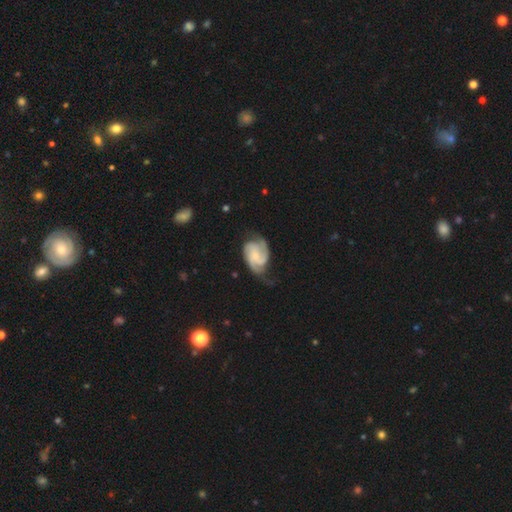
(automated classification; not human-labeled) Smooth or featured: featured or disk — 84% (smooth — 11%)
Edge-on disk: no — 98% (yes — 2%)
Bar: no — 57% (weak — 35%)
Spiral arms: yes — 97% (no — 3%)
Spiral winding: medium — 45% (tight — 41%)
Spiral arm count: 2 — 56% (3 — 25%)
Bulge size: small — 54% (moderate — 24%)
Merging: none — 57% (minor disturbance — 26%)